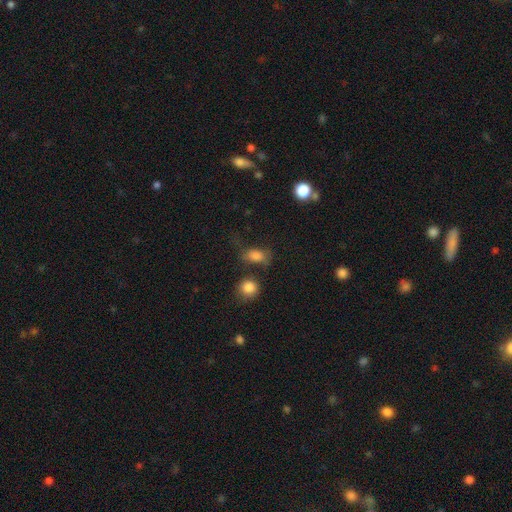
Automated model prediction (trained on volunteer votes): Smooth or featured? smooth (78%)
How rounded? in between (76%)
Merging? none (47%)